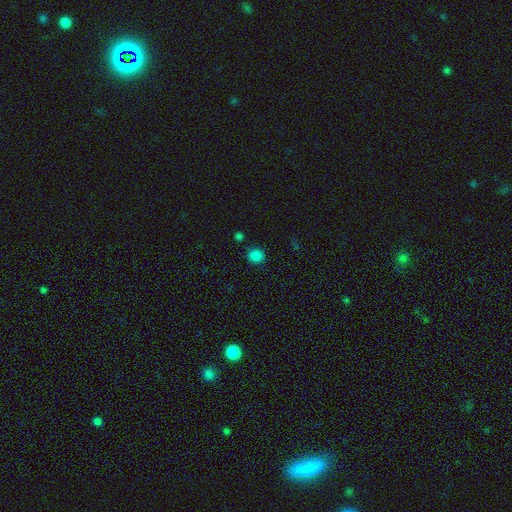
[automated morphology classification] smooth_or_featured: smooth (p=0.83) [alt: star or artifact p=0.14]
how_rounded: round (p=0.81) [alt: in between p=0.18]
merging: none (p=0.83) [alt: minor disturbance p=0.10]